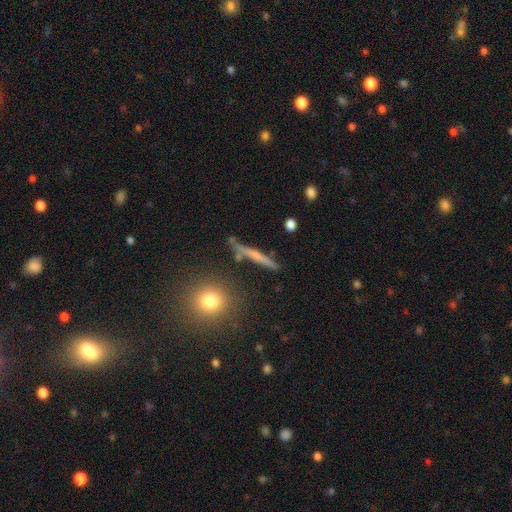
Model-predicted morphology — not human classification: Smooth or featured: featured or disk — 50% (smooth — 40%)
Merging: none — 85% (minor disturbance — 10%)